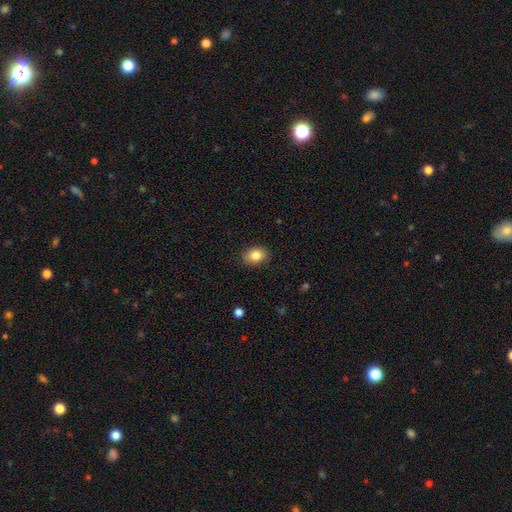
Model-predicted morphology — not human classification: smooth-or-featured: smooth: 84% | star or artifact: 8% | featured or disk: 7%
  how-rounded: in between: 76% | round: 23% | cigar-shaped: 1%
  merging: none: 87% | minor disturbance: 10% | major disturbance: 2% | merger: 1%